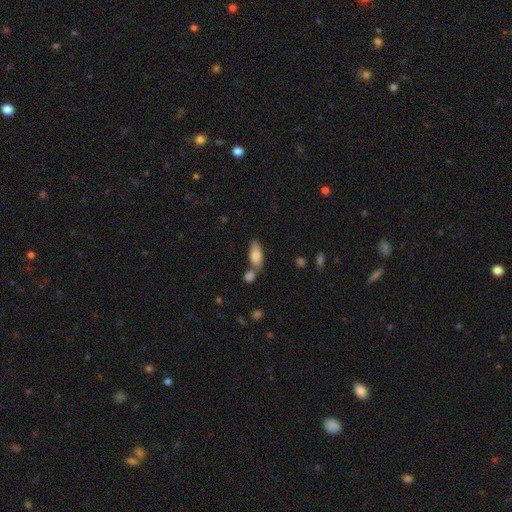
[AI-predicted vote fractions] Smooth or featured: smooth — 81% (featured or disk — 12%)
How rounded: in between — 81% (cigar-shaped — 16%)
Merging: none — 49% (merger — 31%)